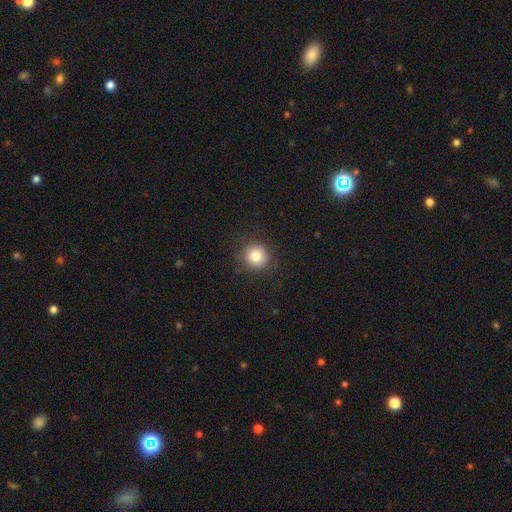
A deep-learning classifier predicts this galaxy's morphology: A smooth galaxy with no disk features (82%) that is round (94%).

Vote fractions:
- Smooth or featured? smooth: 82% / star or artifact: 11% / featured or disk: 7%
- How rounded? round: 94% / in between: 5% / cigar-shaped: 1%
- Merging? none: 88% / minor disturbance: 8% / major disturbance: 3% / merger: 1%